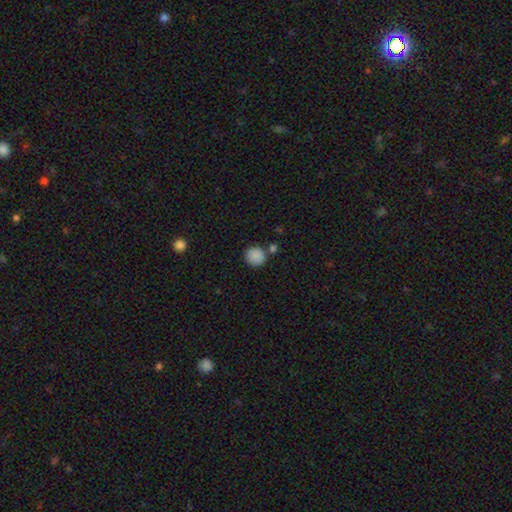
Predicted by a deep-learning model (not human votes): Smooth or featured? Predicted: smooth (p=0.88). How rounded? Predicted: round (p=0.91). Merging? Predicted: none (p=0.77).